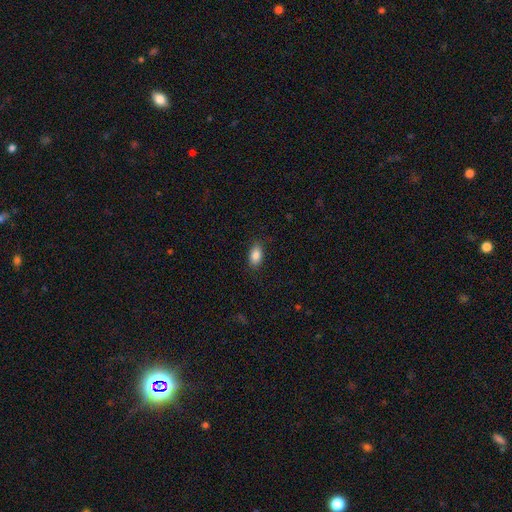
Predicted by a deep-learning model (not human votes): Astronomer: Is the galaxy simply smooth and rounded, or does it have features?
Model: smooth — 87%.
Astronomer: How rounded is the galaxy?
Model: in between — 90%.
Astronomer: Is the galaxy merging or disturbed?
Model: none — 86%.